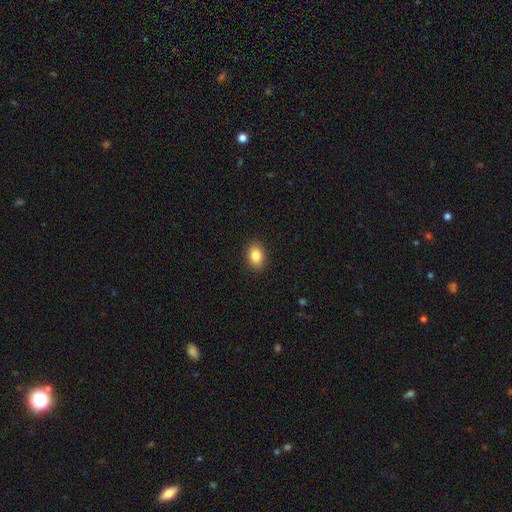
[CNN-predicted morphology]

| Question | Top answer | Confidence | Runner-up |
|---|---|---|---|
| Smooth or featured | smooth | 86% | star or artifact (8%) |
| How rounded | in between | 76% | round (22%) |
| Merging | none | 90% | minor disturbance (7%) |